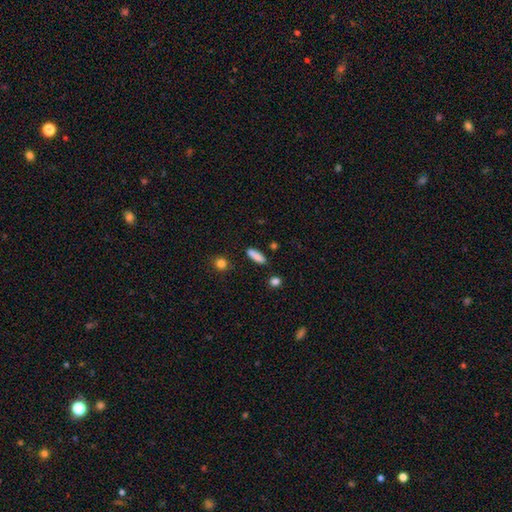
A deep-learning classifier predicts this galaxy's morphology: The model was most divided on "how rounded": cigar-shaped: 56%, in between: 41%, round: 3%. More confident: smooth or featured — smooth (86%); merging — none (85%).